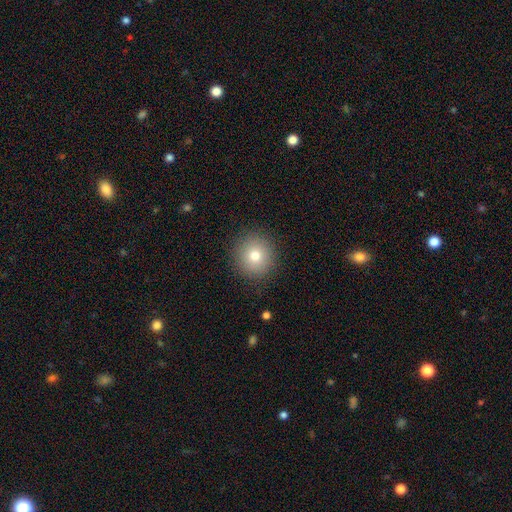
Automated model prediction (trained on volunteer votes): Q: Smooth or featured?
A: smooth (70%); runner-up: star or artifact (19%)
Q: How rounded?
A: round (94%); runner-up: in between (5%)
Q: Merging?
A: none (91%); runner-up: minor disturbance (5%)